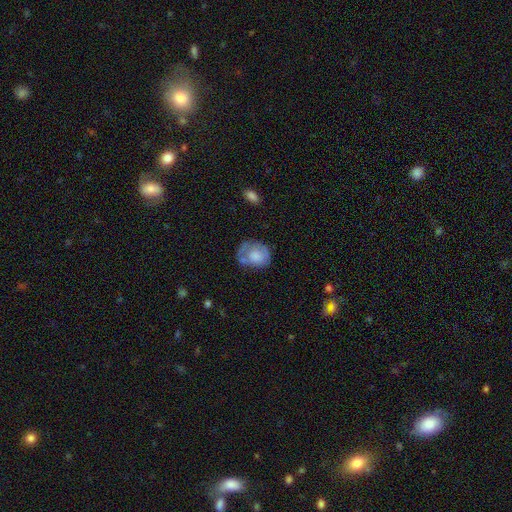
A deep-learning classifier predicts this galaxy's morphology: smooth_or_featured: smooth (p=0.60) [alt: featured or disk p=0.33]
how_rounded: round (p=0.55) [alt: in between p=0.44]
merging: none (p=0.45) [alt: minor disturbance p=0.30]